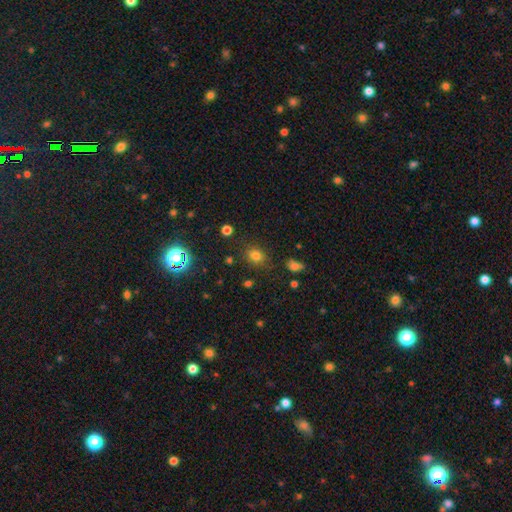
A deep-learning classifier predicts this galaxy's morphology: smooth-or-featured: smooth: 74% | star or artifact: 19% | featured or disk: 7%
  how-rounded: round: 64% | in between: 35% | cigar-shaped: 1%
  merging: none: 81% | minor disturbance: 12% | major disturbance: 4% | merger: 3%